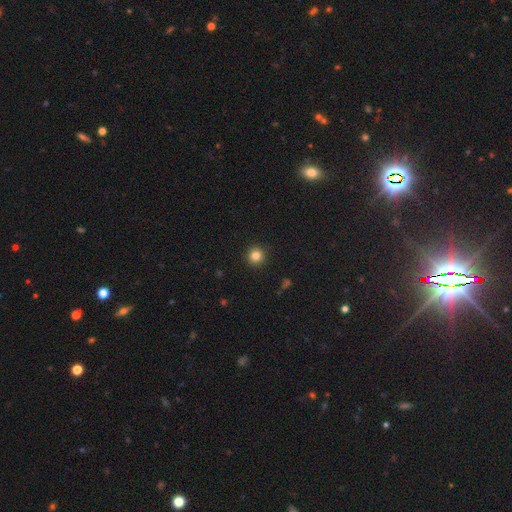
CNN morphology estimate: Smooth or featured: smooth — 83% (star or artifact — 12%)
How rounded: round — 95% (in between — 4%)
Merging: none — 93% (minor disturbance — 5%)